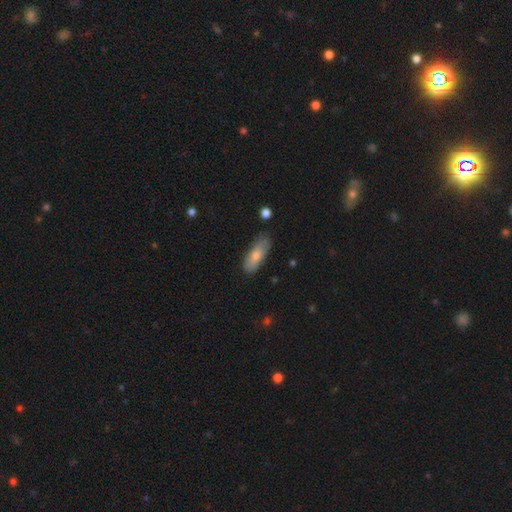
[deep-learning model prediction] Smooth or featured: smooth — 68% (featured or disk — 25%)
How rounded: in between — 65% (cigar-shaped — 32%)
Merging: none — 80% (minor disturbance — 16%)